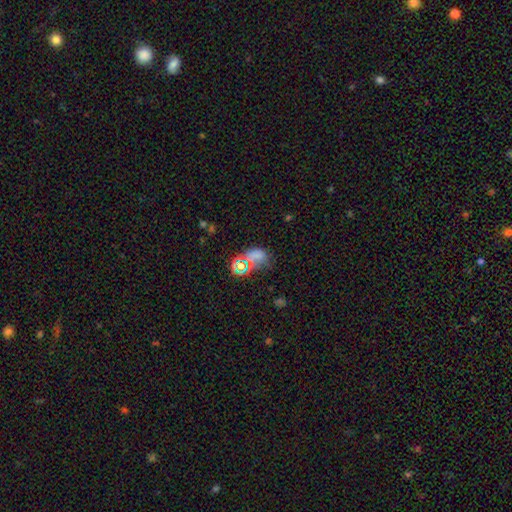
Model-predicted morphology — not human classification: The model was most divided on "smooth or featured": smooth: 51%, star or artifact: 38%, featured or disk: 12%. Remaining: how rounded — in between (71%); merging — none (46%).